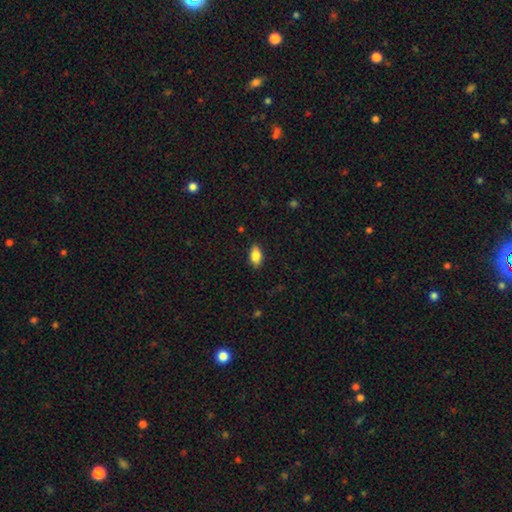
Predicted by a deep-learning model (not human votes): Smooth or featured? smooth (83%)
How rounded? in between (90%)
Merging? none (86%)